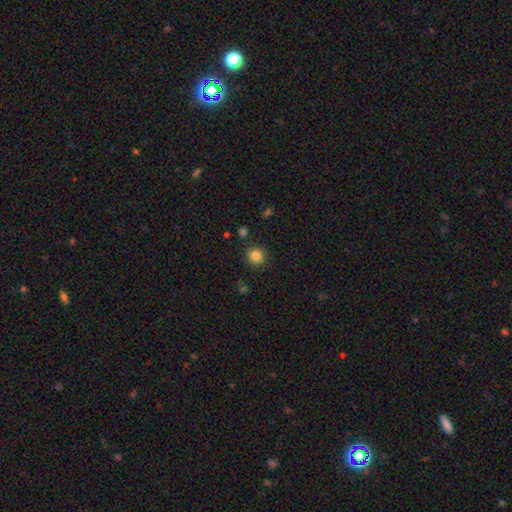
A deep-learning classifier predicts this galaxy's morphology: The model was most divided on "smooth or featured": smooth: 84%, star or artifact: 12%, featured or disk: 5%. More confident: how rounded — round (92%); merging — none (89%).